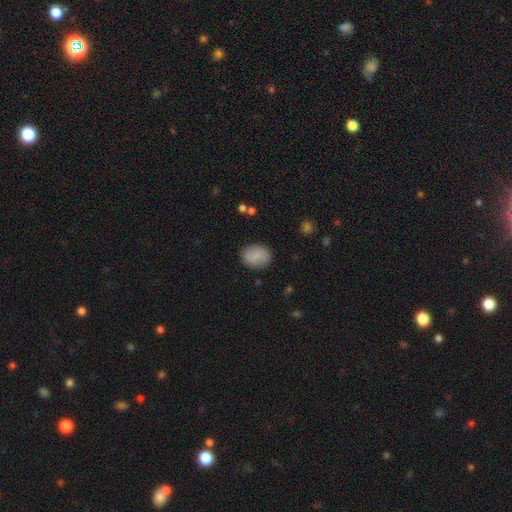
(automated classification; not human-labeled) A smooth galaxy with no disk features (78%) that is in between round and cigar-shaped (52%). Merging: none (84%).